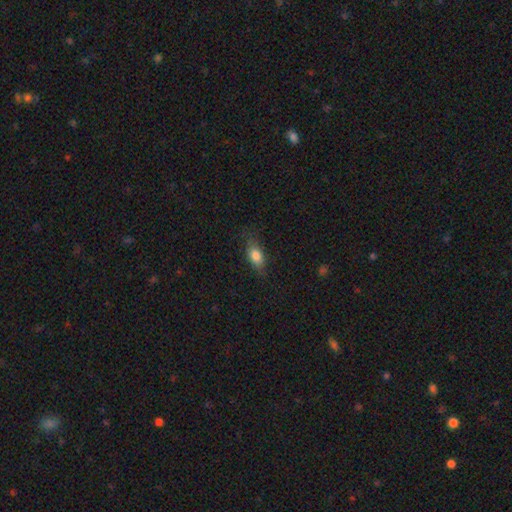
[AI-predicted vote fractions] Smooth or featured? smooth (81%)
How rounded? in between (82%)
Merging? none (74%)